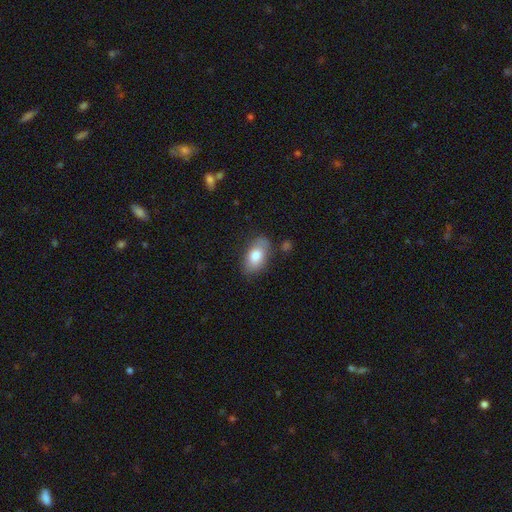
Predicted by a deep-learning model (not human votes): A smooth galaxy with no disk features (79%) that is in between round and cigar-shaped (91%). Merging: none (75%).